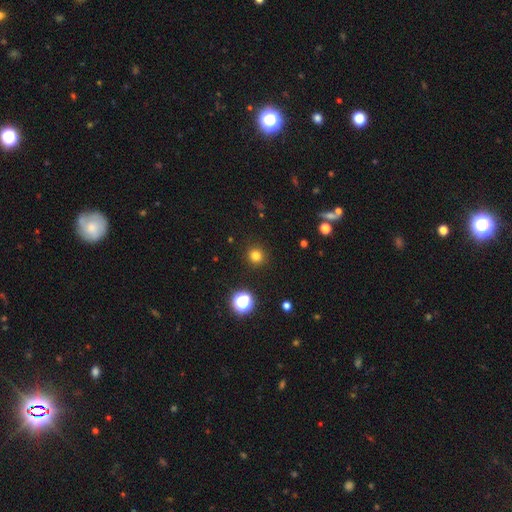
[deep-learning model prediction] The model was most divided on "smooth or featured": smooth: 79%, star or artifact: 16%, featured or disk: 5%. More confident: how rounded — round (94%); merging — none (92%).